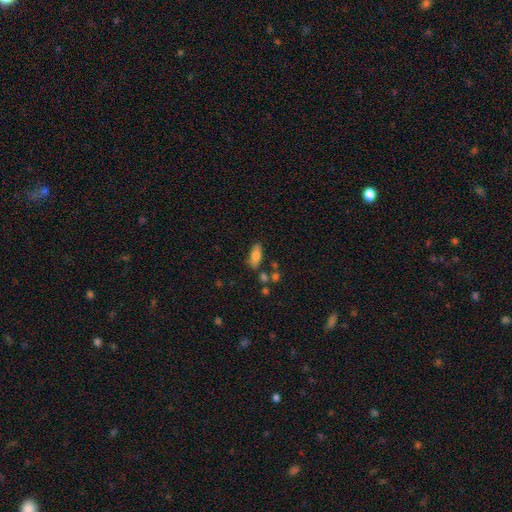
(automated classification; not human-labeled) This is likely a smooth galaxy (77%). How rounded: clearly in between (80%). Merging: likely none (72%).